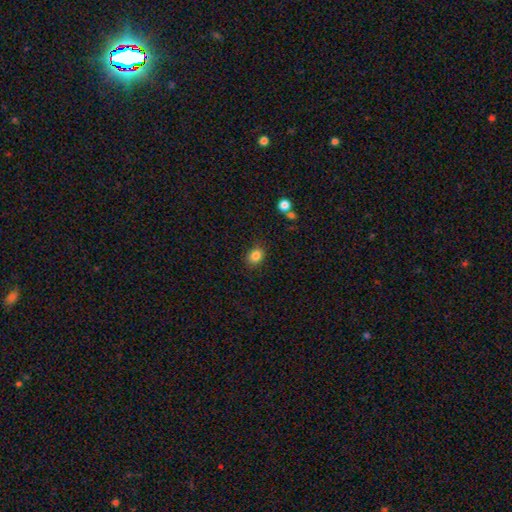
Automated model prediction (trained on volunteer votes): The model was most divided on "how rounded": round: 52%, in between: 48%, cigar-shaped: 1%. More confident: smooth or featured — smooth (84%); merging — none (84%).